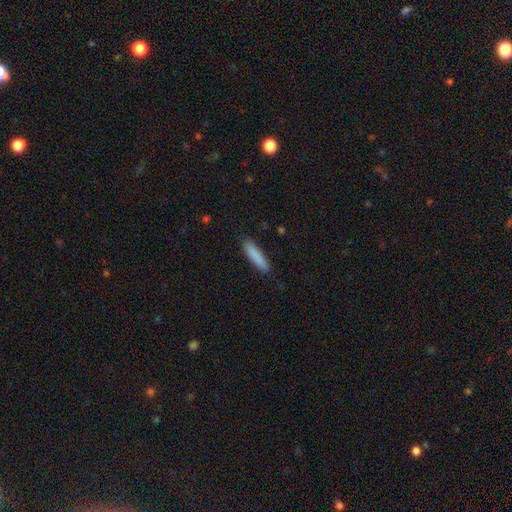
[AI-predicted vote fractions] Overall: smooth (87%). How rounded: cigar-shaped (82%). Merging: none (89%).